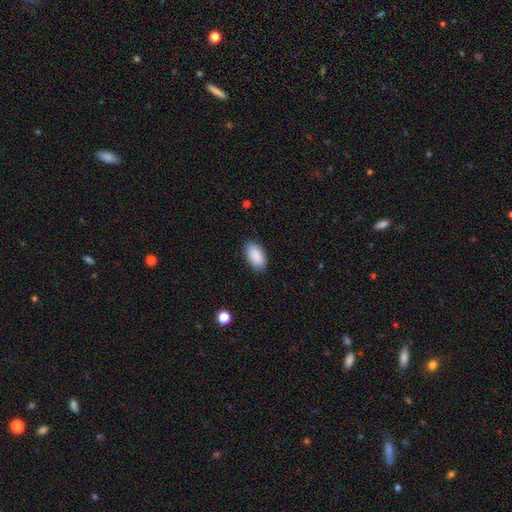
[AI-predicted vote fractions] This is clearly a smooth galaxy (90%). How rounded: clearly in between (95%). Merging: clearly none (86%).